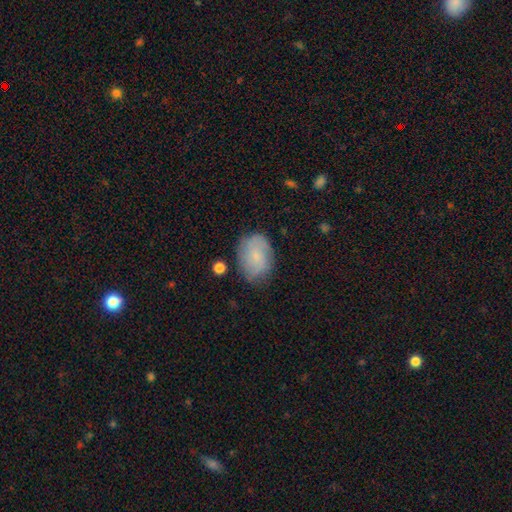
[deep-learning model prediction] smooth_or_featured: smooth (p=0.62) [alt: featured or disk p=0.30]
how_rounded: in between (p=0.74) [alt: round p=0.25]
merging: none (p=0.73) [alt: minor disturbance p=0.20]